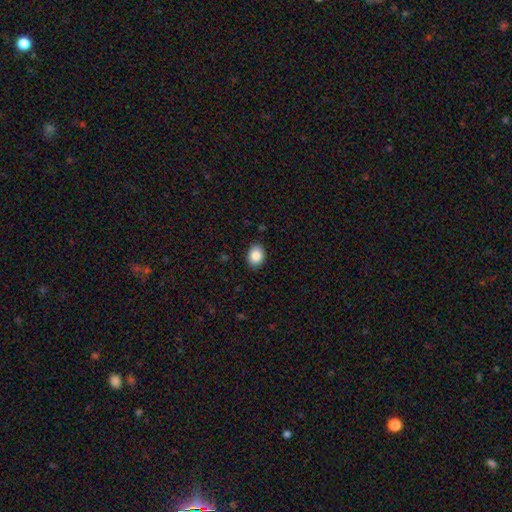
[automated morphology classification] This is clearly a smooth galaxy (87%). How rounded: possibly in between (59%). Merging: clearly none (89%).